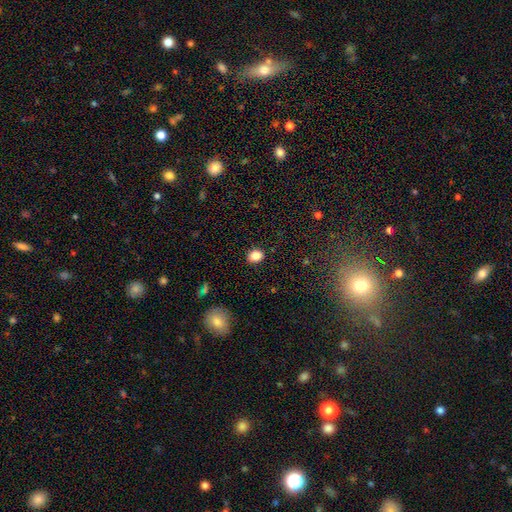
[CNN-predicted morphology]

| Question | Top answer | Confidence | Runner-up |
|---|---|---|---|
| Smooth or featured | smooth | 85% | star or artifact (10%) |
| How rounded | in between | 53% | round (46%) |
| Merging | none | 87% | minor disturbance (9%) |